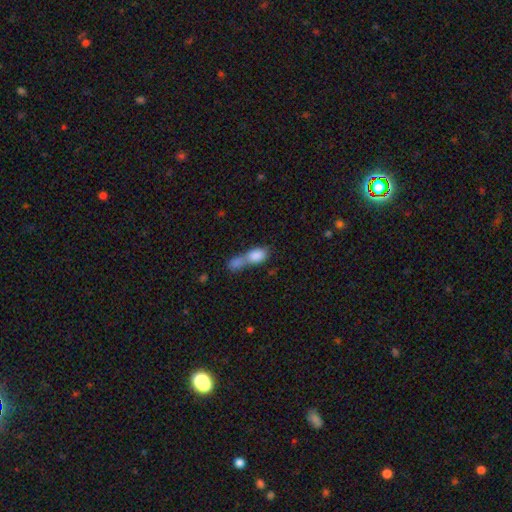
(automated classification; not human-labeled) The model was most divided on "merging": merger: 75%, none: 14%, minor disturbance: 6%, major disturbance: 5%. More confident: smooth or featured — smooth (80%); how rounded — in between (78%).